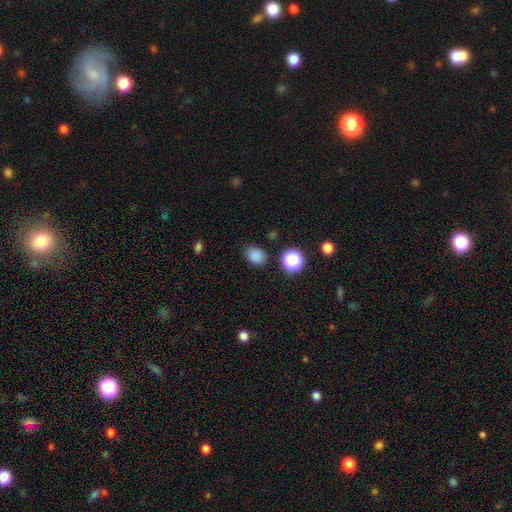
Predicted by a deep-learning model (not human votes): Smooth or featured? Predicted: smooth (p=0.82). How rounded? Predicted: in between (p=0.62). Merging? Predicted: none (p=0.78).